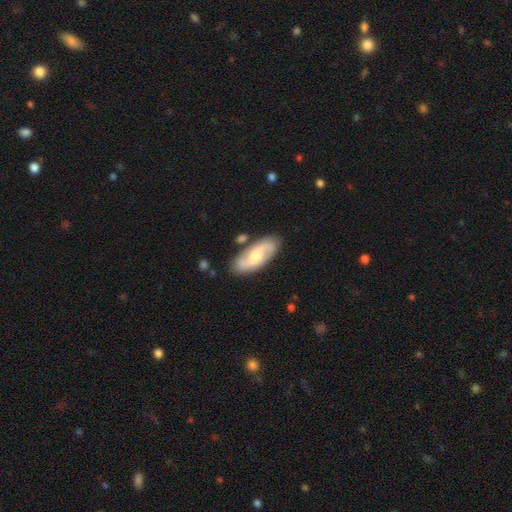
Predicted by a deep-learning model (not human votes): featured or disk 75%, smooth 20%, star or artifact 5%. Down the decision tree: edge-on disk — no (94%); bar — weak (47%); spiral arms — yes (94%); spiral arm count — 2 (90%); spiral winding — medium (48%); bulge size — moderate (54%); merging — none (81%).